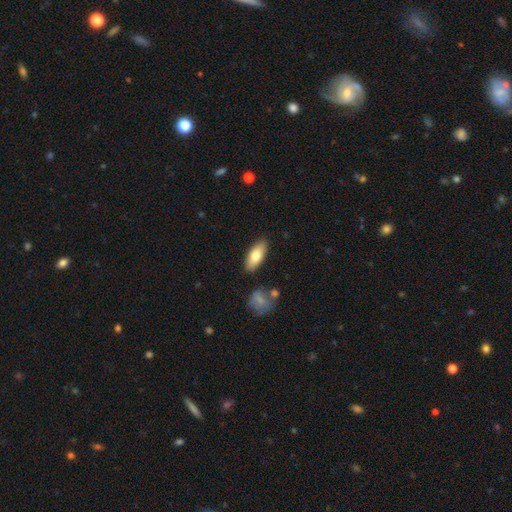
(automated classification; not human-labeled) Smooth or featured?
  - smooth: 77% *
  - featured or disk: 17%
  - star or artifact: 6%
How rounded?
  - in between: 81% *
  - cigar-shaped: 16%
  - round: 2%
Merging?
  - none: 85% *
  - minor disturbance: 10%
  - merger: 3%
  - major disturbance: 2%